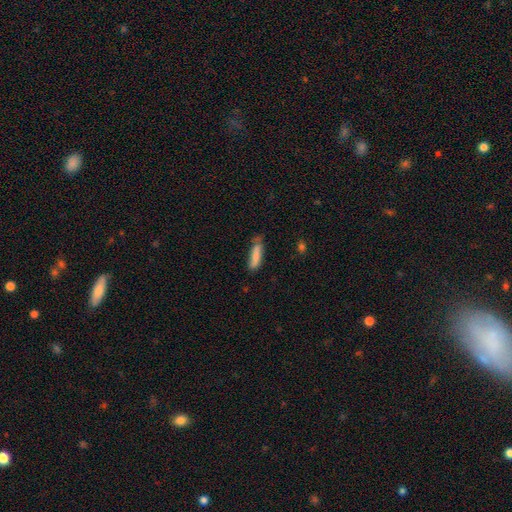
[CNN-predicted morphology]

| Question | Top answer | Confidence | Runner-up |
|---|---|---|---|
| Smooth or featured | smooth | 81% | featured or disk (12%) |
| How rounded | cigar-shaped | 72% | in between (26%) |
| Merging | none | 54% | minor disturbance (31%) |